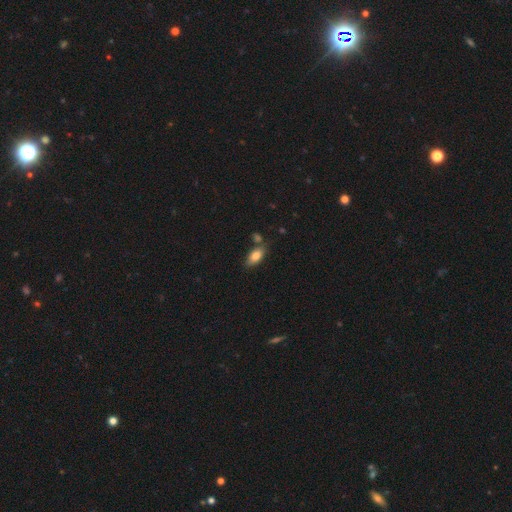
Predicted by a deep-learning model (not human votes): The model was most divided on "merging": none: 71%, minor disturbance: 16%, merger: 10%, major disturbance: 3%. More confident: how rounded — in between (88%); smooth or featured — smooth (81%).